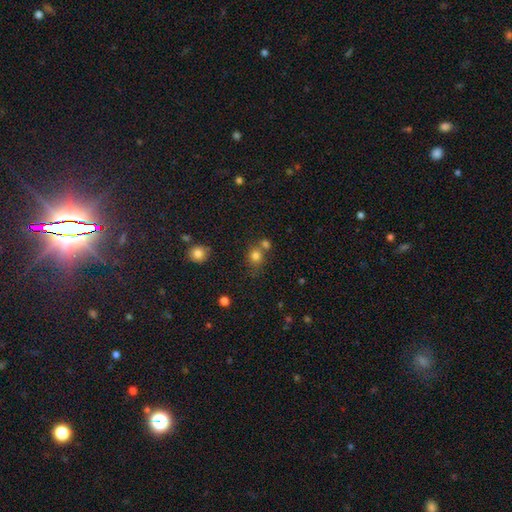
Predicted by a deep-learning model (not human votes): Smooth or featured? smooth (79%)
How rounded? round (82%)
Merging? none (59%)